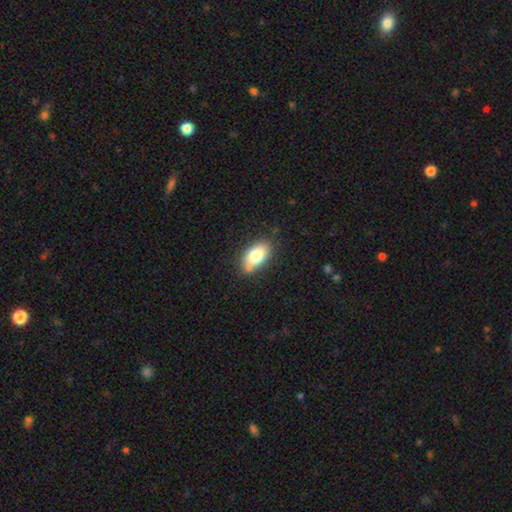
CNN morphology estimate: Smooth or featured? Predicted: smooth (p=0.77). How rounded? Predicted: in between (p=0.91). Merging? Predicted: none (p=0.73).